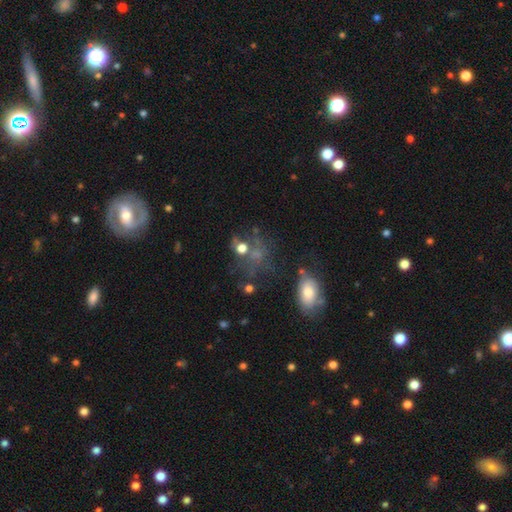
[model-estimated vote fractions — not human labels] Smooth or featured? Predicted: smooth (p=0.40). Merging? Predicted: none (p=0.46).